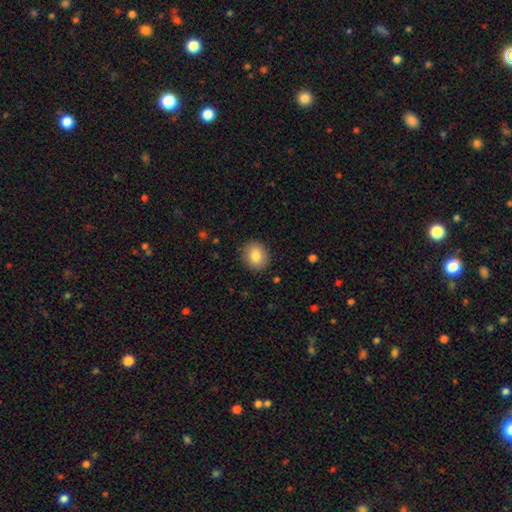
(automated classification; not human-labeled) This appears to be a smooth galaxy with no disk features (83%) that is round (66%). Merging: none (88%).